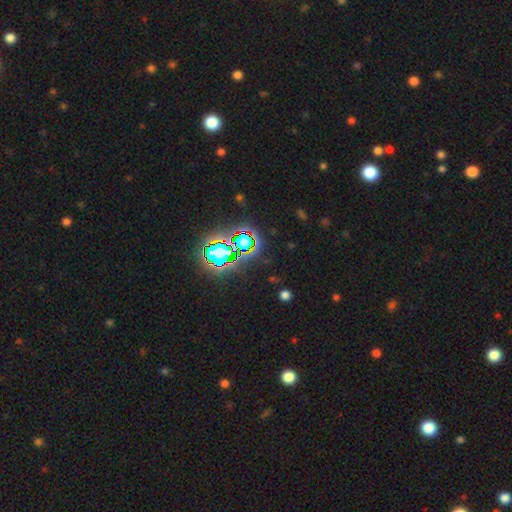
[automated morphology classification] This is clearly a star or artifact rather than a galaxy (80%).